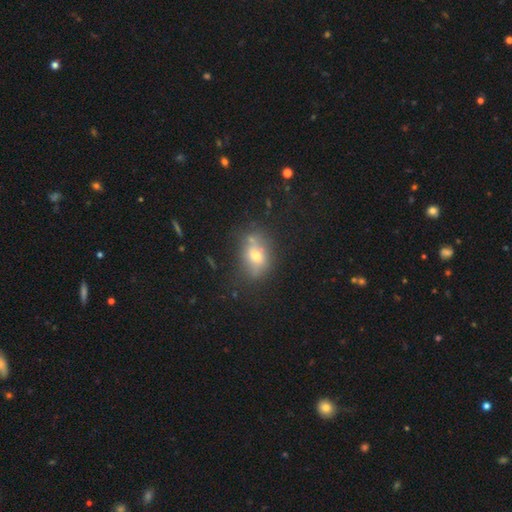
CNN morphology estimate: Q: Smooth or featured?
A: smooth (57%); runner-up: featured or disk (28%)
Q: How rounded?
A: in between (62%); runner-up: round (35%)
Q: Merging?
A: none (65%); runner-up: minor disturbance (19%)